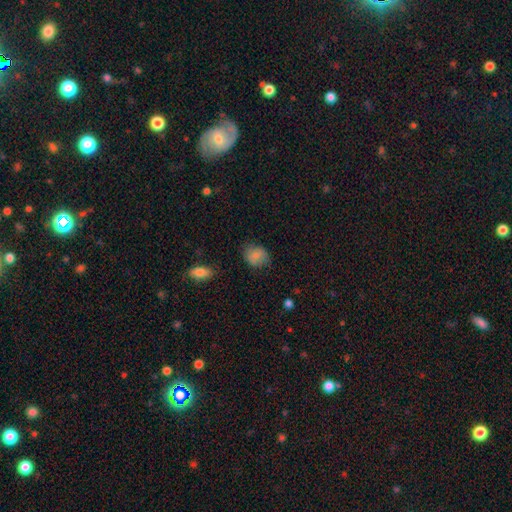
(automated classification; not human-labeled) A smooth galaxy with no disk features (82%) that is in between round and cigar-shaped (53%).

Vote fractions:
- Smooth or featured? smooth: 82% / featured or disk: 9% / star or artifact: 9%
- How rounded? in between: 53% / round: 46% / cigar-shaped: 1%
- Merging? none: 72% / minor disturbance: 21% / major disturbance: 5% / merger: 2%